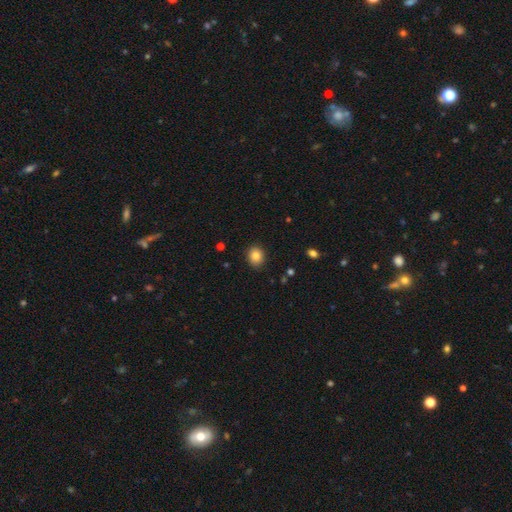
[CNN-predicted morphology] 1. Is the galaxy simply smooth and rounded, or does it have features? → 85% smooth, 10% star or artifact, 6% featured or disk.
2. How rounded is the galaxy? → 63% round, 36% in between, 1% cigar-shaped.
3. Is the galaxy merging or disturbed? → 89% none, 8% minor disturbance, 2% major disturbance, 1% merger.